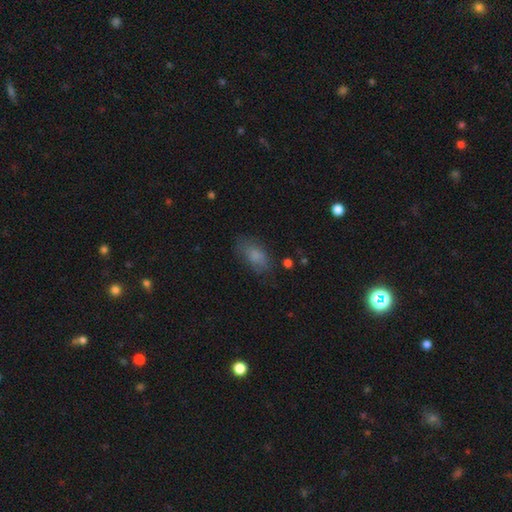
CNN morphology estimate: Overall: smooth (78%). How rounded: in between (89%). Merging: none (67%).